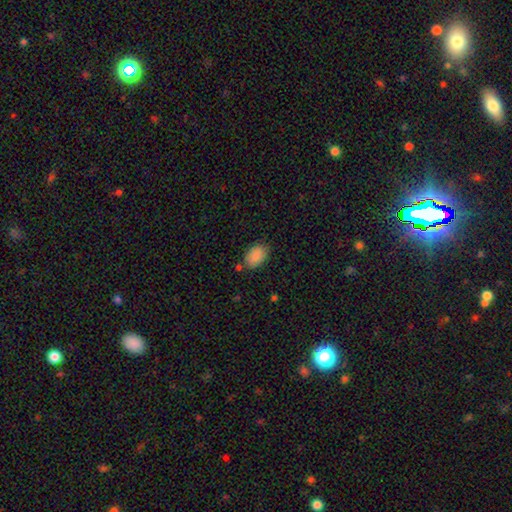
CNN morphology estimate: A smooth galaxy with no disk features (89%) that is in between round and cigar-shaped (88%). Merging: none (77%).